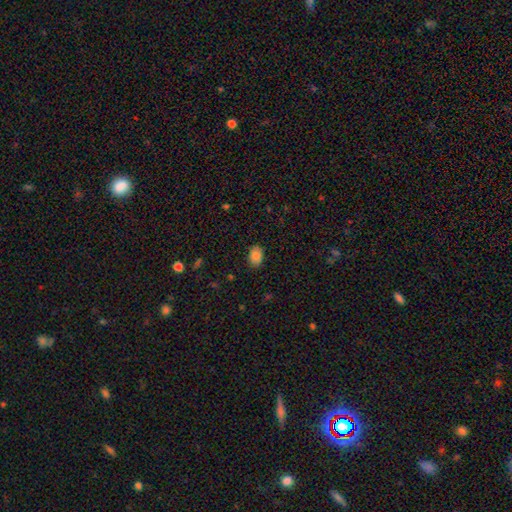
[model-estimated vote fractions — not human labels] Q: Smooth or featured?
A: smooth (84%); runner-up: star or artifact (9%)
Q: How rounded?
A: in between (79%); runner-up: round (19%)
Q: Merging?
A: none (84%); runner-up: minor disturbance (12%)